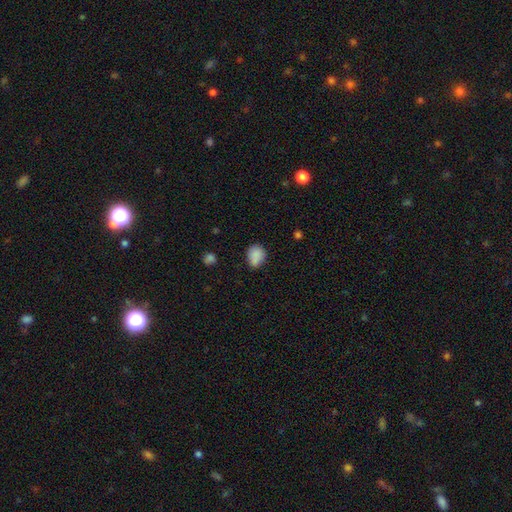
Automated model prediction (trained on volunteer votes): A smooth galaxy with no disk features (84%) that is round (50%).

Vote fractions:
- Smooth or featured? smooth: 84% / star or artifact: 9% / featured or disk: 6%
- How rounded? round: 50% / in between: 49% / cigar-shaped: 1%
- Merging? none: 61% / minor disturbance: 26% / merger: 7% / major disturbance: 6%